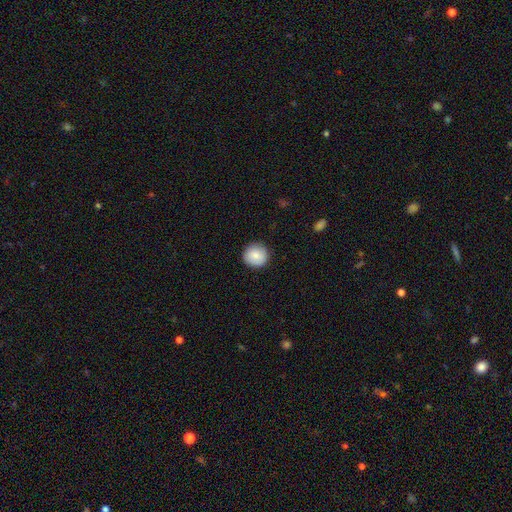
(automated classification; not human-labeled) Q: Smooth or featured?
A: smooth (85%); runner-up: star or artifact (8%)
Q: How rounded?
A: round (94%); runner-up: in between (5%)
Q: Merging?
A: none (90%); runner-up: minor disturbance (7%)